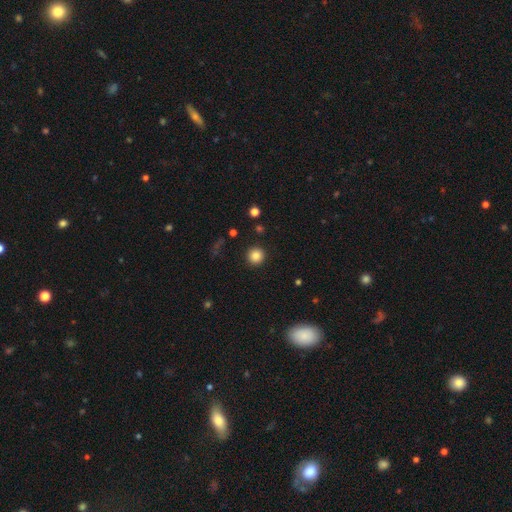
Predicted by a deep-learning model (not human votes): Smooth or featured: smooth — 84% (star or artifact — 11%)
How rounded: round — 95% (in between — 4%)
Merging: none — 92% (minor disturbance — 5%)